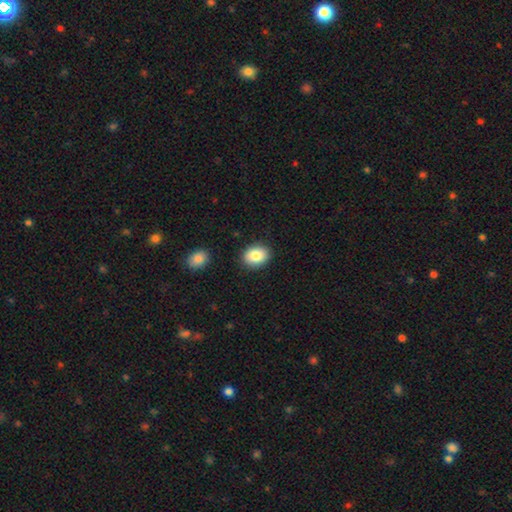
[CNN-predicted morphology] Q: Smooth or featured?
A: smooth (85%); runner-up: star or artifact (8%)
Q: How rounded?
A: in between (64%); runner-up: round (35%)
Q: Merging?
A: none (88%); runner-up: minor disturbance (8%)